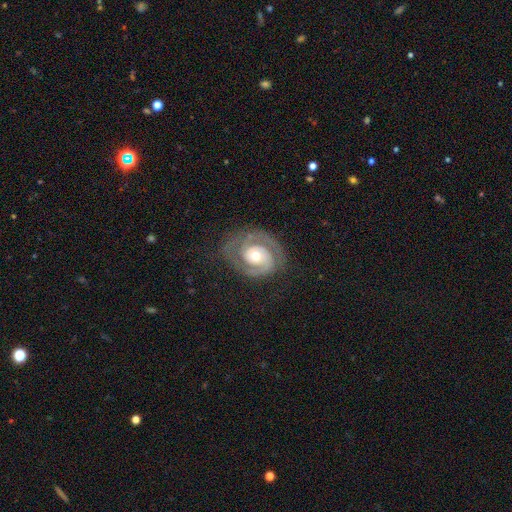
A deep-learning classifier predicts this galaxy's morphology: featured or disk 87%, smooth 8%, star or artifact 5%. Down the decision tree: edge-on disk — no (97%); bar — no (73%); spiral arms — yes (95%); spiral arm count — 2 (70%); spiral winding — tight (64%); bulge size — moderate (66%); merging — none (72%).